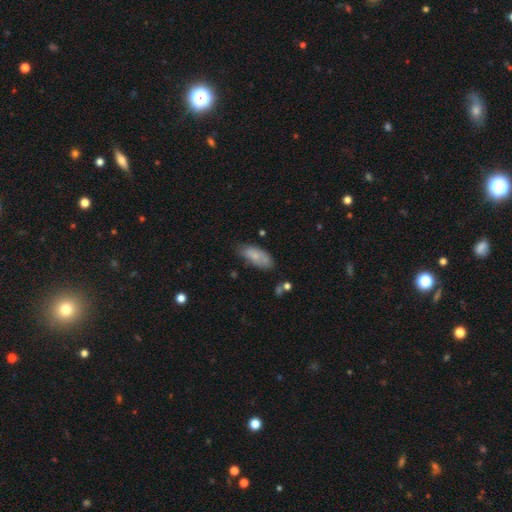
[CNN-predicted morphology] smooth_or_featured: smooth (p=0.77) [alt: featured or disk p=0.16]
how_rounded: in between (p=0.85) [alt: cigar-shaped p=0.12]
merging: none (p=0.63) [alt: minor disturbance p=0.27]